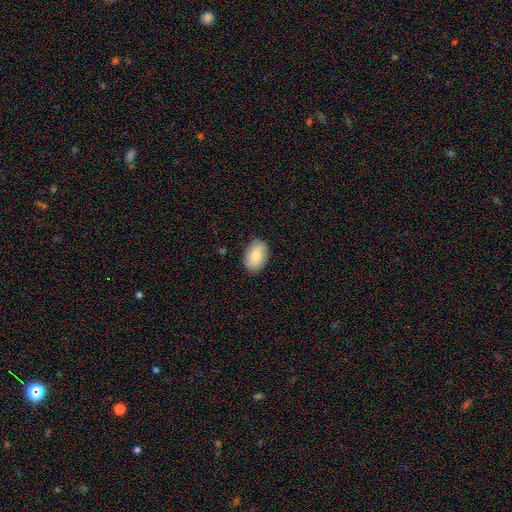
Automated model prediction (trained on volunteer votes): Smooth or featured?
  - smooth: 80% *
  - featured or disk: 13%
  - star or artifact: 7%
How rounded?
  - in between: 86% *
  - round: 13%
  - cigar-shaped: 1%
Merging?
  - none: 86% *
  - minor disturbance: 11%
  - major disturbance: 2%
  - merger: 1%